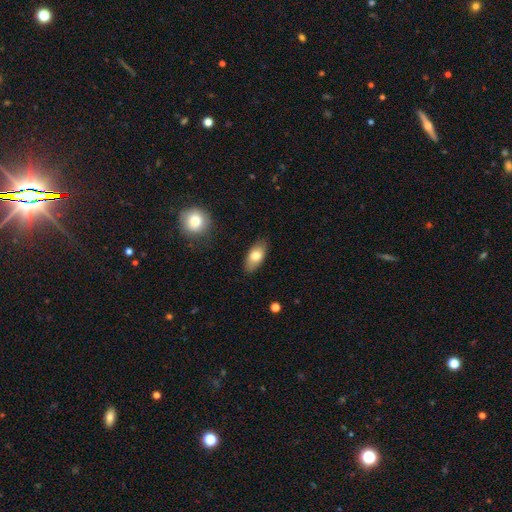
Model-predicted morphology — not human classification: A smooth galaxy with no disk features (76%) that is in between round and cigar-shaped (89%).

Vote fractions:
- Smooth or featured? smooth: 76% / featured or disk: 17% / star or artifact: 7%
- How rounded? in between: 89% / cigar-shaped: 7% / round: 4%
- Merging? none: 84% / minor disturbance: 12% / major disturbance: 2% / merger: 1%